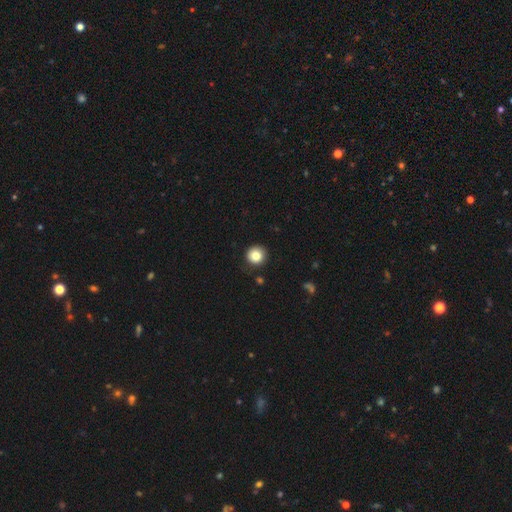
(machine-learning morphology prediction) Smooth or featured?
  - smooth: 83% *
  - star or artifact: 10%
  - featured or disk: 7%
How rounded?
  - round: 94% *
  - in between: 5%
  - cigar-shaped: 1%
Merging?
  - none: 89% *
  - minor disturbance: 8%
  - major disturbance: 2%
  - merger: 1%